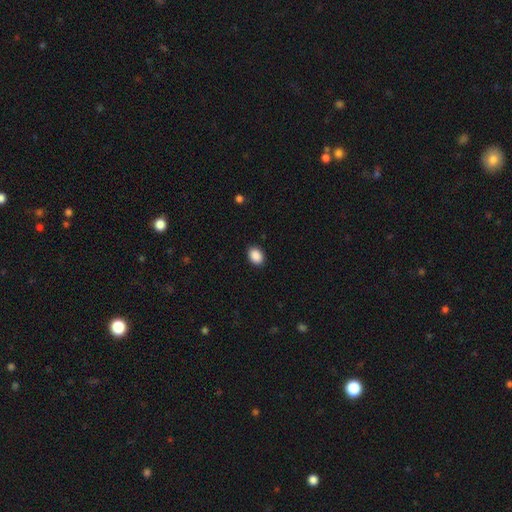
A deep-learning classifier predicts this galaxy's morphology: smooth-or-featured: smooth: 90% | star or artifact: 8% | featured or disk: 2%
  how-rounded: in between: 74% | round: 25% | cigar-shaped: 1%
  merging: none: 89% | minor disturbance: 8% | major disturbance: 2% | merger: 1%